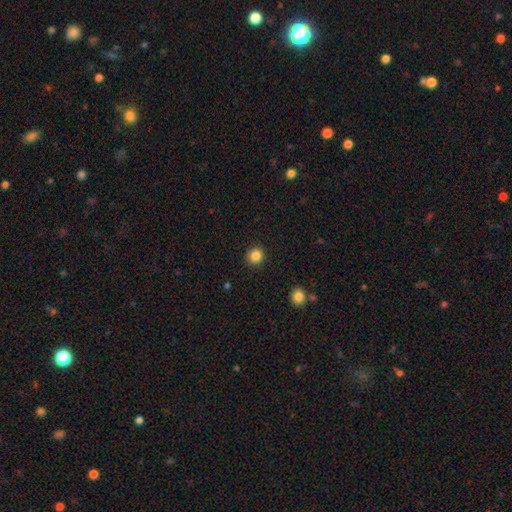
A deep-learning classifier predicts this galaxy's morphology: The model was most divided on "smooth or featured": smooth: 85%, star or artifact: 11%, featured or disk: 4%. More confident: merging — none (91%); how rounded — round (87%).